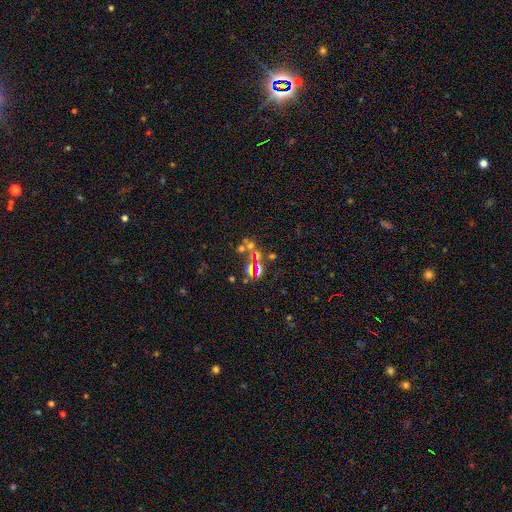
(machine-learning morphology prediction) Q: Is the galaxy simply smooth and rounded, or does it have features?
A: star or artifact — 38%.